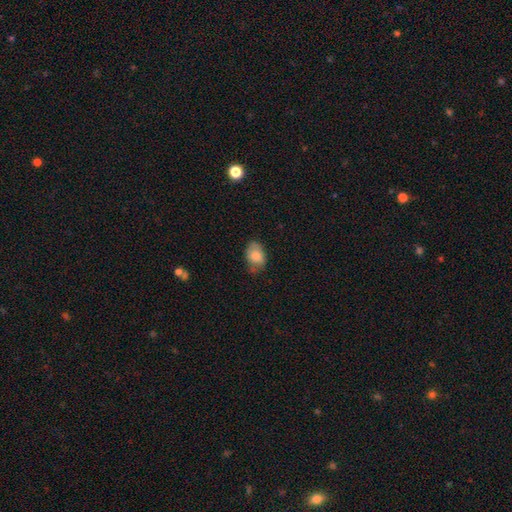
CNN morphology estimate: This is likely a smooth galaxy (80%). How rounded: clearly in between (84%). Merging: likely none (63%).